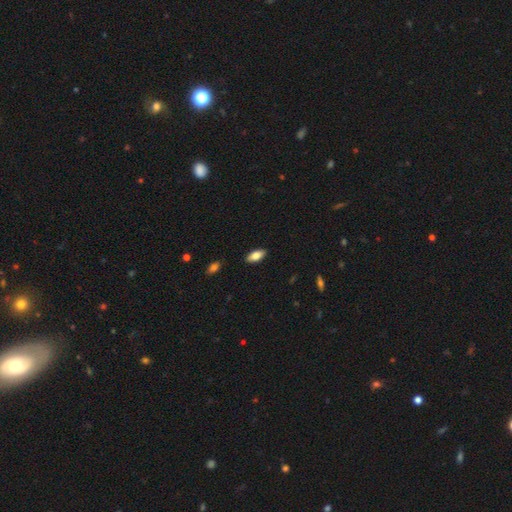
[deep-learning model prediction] Smooth or featured: smooth — 77% (featured or disk — 16%)
How rounded: in between — 87% (cigar-shaped — 11%)
Merging: none — 88% (minor disturbance — 9%)